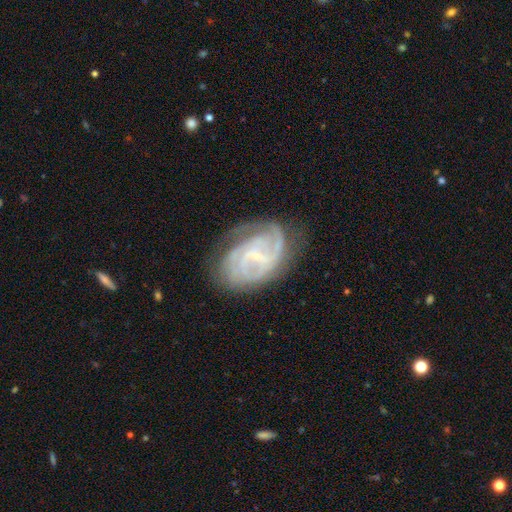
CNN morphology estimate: Smooth or featured: featured or disk — 84% (smooth — 10%)
Edge-on disk: no — 97% (yes — 3%)
Bar: weak — 50% (no — 33%)
Spiral arms: yes — 95% (no — 5%)
Spiral winding: tight — 52% (medium — 37%)
Spiral arm count: can't tell — 28% (2 — 27%)
Bulge size: small — 68% (none — 18%)
Merging: none — 64% (minor disturbance — 22%)